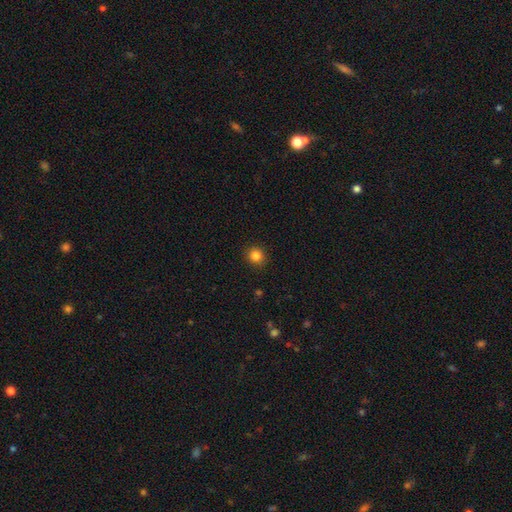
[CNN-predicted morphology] Smooth or featured? smooth (84%)
How rounded? round (90%)
Merging? none (91%)